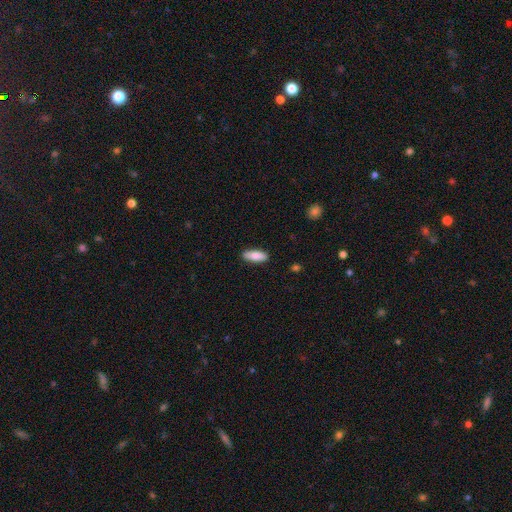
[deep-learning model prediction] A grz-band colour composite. It shows a smooth galaxy with no disk features (83%) that is in between round and cigar-shaped (65%). Merging: none (88%).